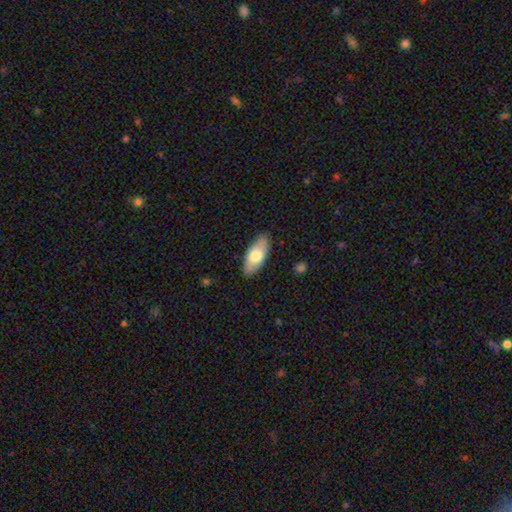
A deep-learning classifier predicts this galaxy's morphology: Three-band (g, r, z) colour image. It shows a smooth galaxy with no disk features (72%) that is in between round and cigar-shaped (88%). Merging: none (87%).